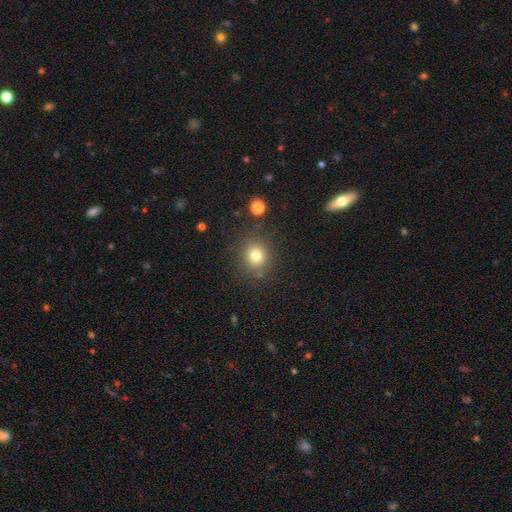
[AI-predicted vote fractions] A smooth galaxy with no disk features (79%) that is round (84%). Merging: none (83%).